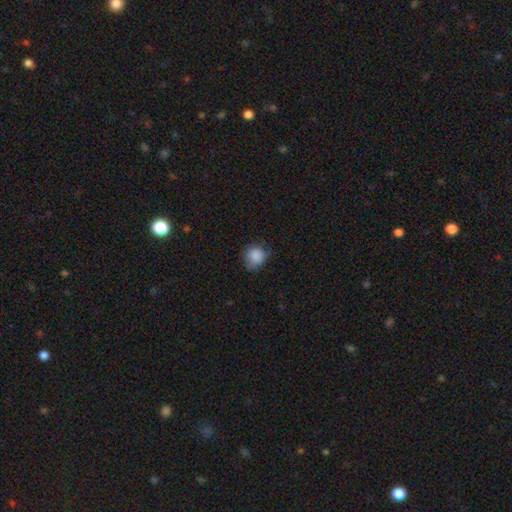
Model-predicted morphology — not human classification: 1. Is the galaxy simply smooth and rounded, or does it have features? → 87% smooth, 9% star or artifact, 5% featured or disk.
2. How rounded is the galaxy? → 80% round, 19% in between, 1% cigar-shaped.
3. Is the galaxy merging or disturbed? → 63% none, 29% minor disturbance, 7% major disturbance, 1% merger.